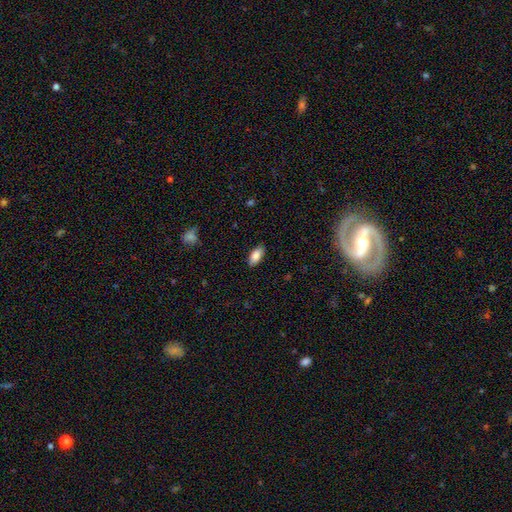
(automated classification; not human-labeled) A smooth galaxy with no disk features (86%) that is in between round and cigar-shaped (90%). Merging: none (88%).